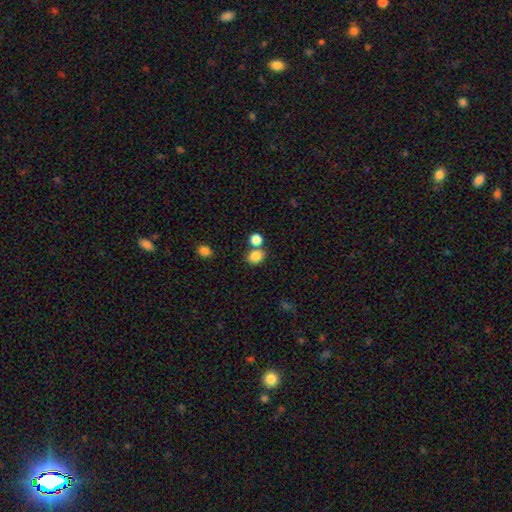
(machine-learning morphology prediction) Smooth or featured: smooth — 84% (star or artifact — 11%)
How rounded: round — 52% (in between — 47%)
Merging: none — 57% (merger — 29%)